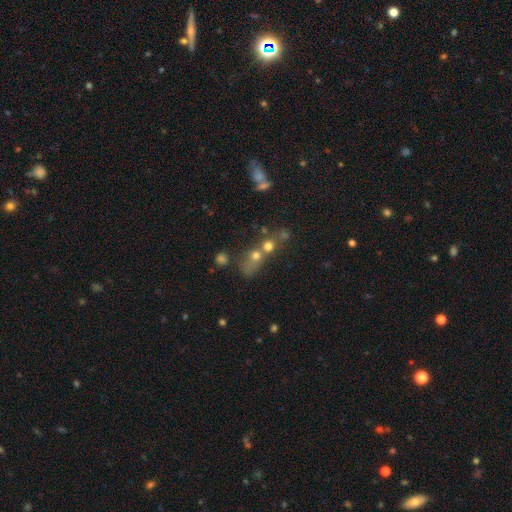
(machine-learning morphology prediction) A smooth galaxy with no disk features (59%) that is round (68%). Merging: merger (59%).